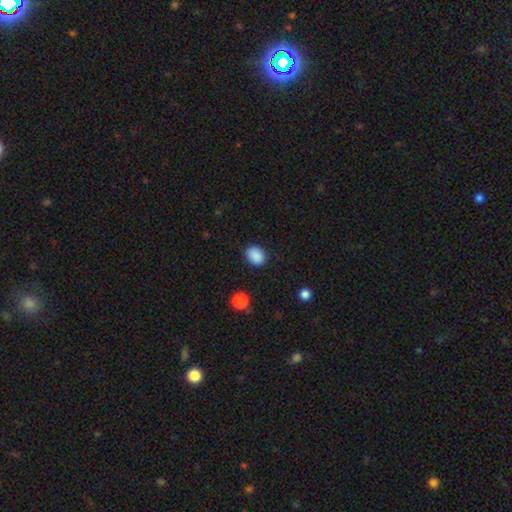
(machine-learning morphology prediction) A smooth galaxy with no disk features (89%) that is in between round and cigar-shaped (61%). Merging: none (85%).